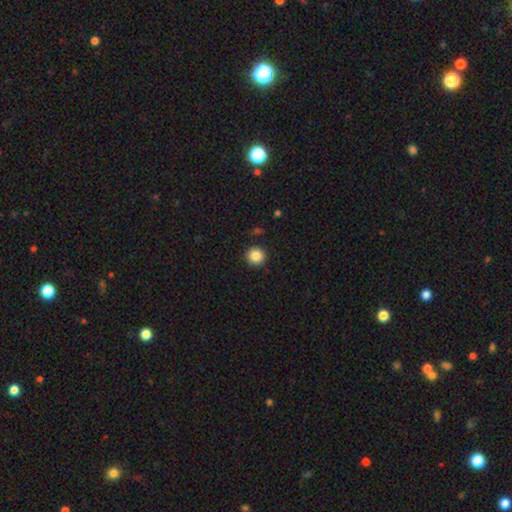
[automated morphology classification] Smooth or featured? Predicted: smooth (p=0.85). How rounded? Predicted: round (p=0.95). Merging? Predicted: none (p=0.91).